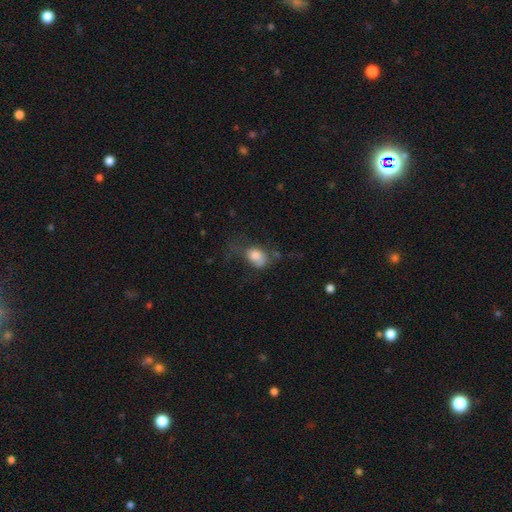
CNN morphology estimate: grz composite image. It shows a smooth galaxy with no disk features (78%) that is in between round and cigar-shaped (76%). Merging: none (34%).